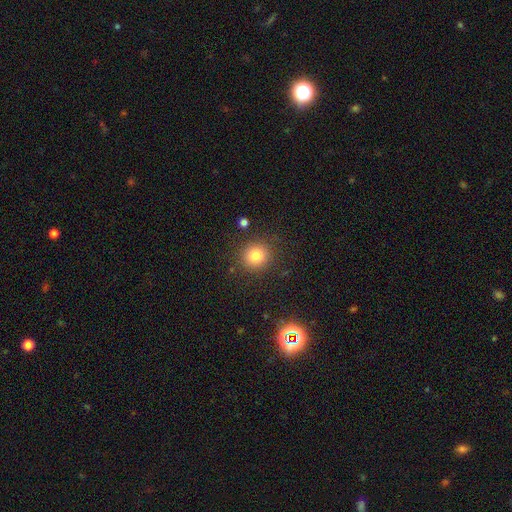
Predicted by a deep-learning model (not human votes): Smooth or featured?
  - smooth: 81% *
  - star or artifact: 12%
  - featured or disk: 7%
How rounded?
  - round: 88% *
  - in between: 11%
  - cigar-shaped: 1%
Merging?
  - none: 87% *
  - minor disturbance: 8%
  - major disturbance: 3%
  - merger: 2%